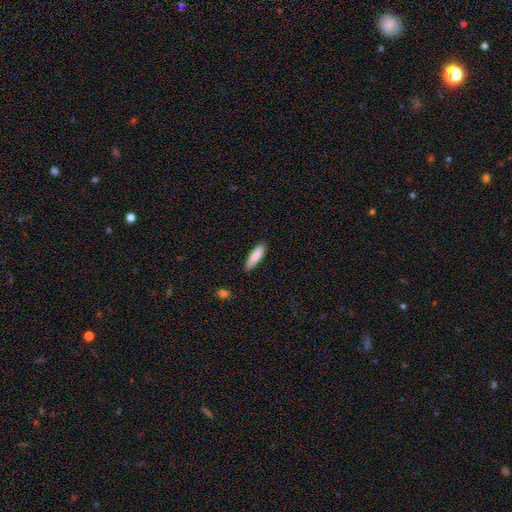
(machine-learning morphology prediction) The model was most divided on "how rounded": cigar-shaped: 60%, in between: 39%, round: 1%. More confident: smooth or featured — smooth (87%); merging — none (82%).